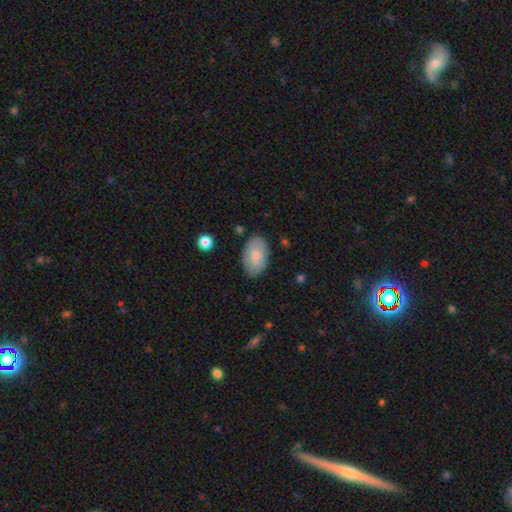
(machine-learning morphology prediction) This appears to be a smooth galaxy with no disk features (80%) that is in between round and cigar-shaped (93%). Merging: none (83%).